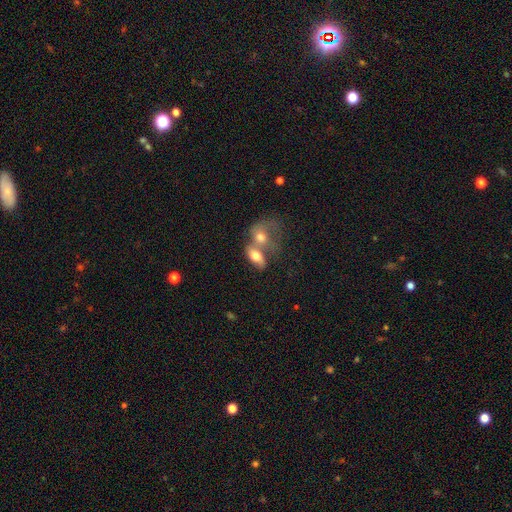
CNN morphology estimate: smooth-or-featured: smooth: 67% | featured or disk: 25% | star or artifact: 8%
  how-rounded: in between: 82% | round: 13% | cigar-shaped: 5%
  merging: merger: 72% | none: 15% | major disturbance: 7% | minor disturbance: 6%